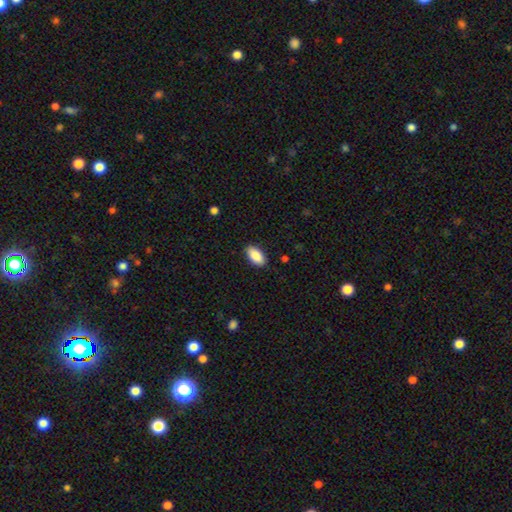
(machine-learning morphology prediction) This is clearly a smooth galaxy (89%). How rounded: clearly in between (94%). Merging: clearly none (87%).